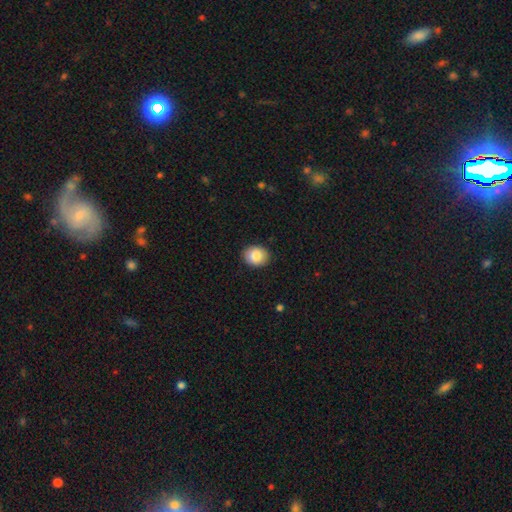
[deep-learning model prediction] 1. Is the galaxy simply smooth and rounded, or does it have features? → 86% smooth, 8% star or artifact, 7% featured or disk.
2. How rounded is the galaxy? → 50% round, 49% in between, 1% cigar-shaped.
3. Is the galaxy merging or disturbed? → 90% none, 7% minor disturbance, 2% major disturbance, 1% merger.